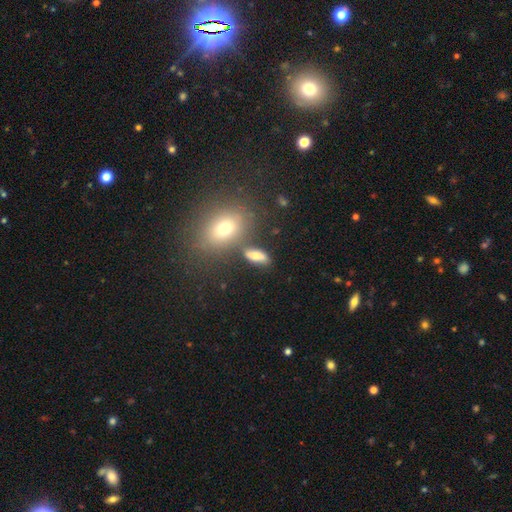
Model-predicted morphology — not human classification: smooth_or_featured: smooth (p=0.69) [alt: featured or disk p=0.20]
how_rounded: in between (p=0.77) [alt: cigar-shaped p=0.16]
merging: none (p=0.64) [alt: minor disturbance p=0.16]